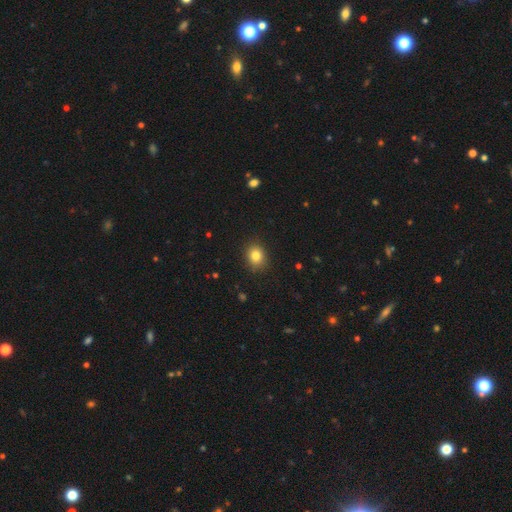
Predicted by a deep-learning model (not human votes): This appears to be a smooth galaxy with no disk features (83%) that is round (57%). Merging: none (88%).